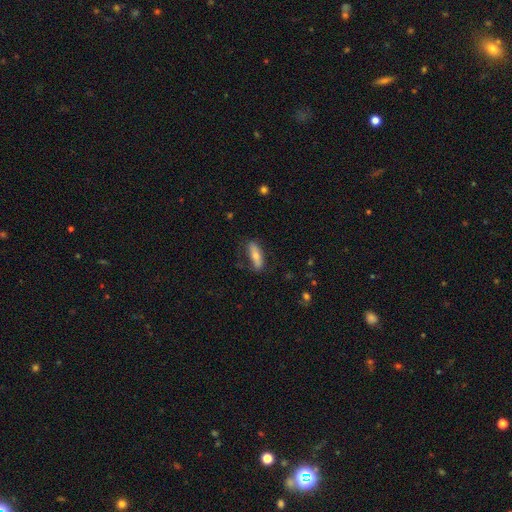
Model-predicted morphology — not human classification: Q: Smooth or featured?
A: smooth (65%); runner-up: featured or disk (29%)
Q: How rounded?
A: in between (54%); runner-up: cigar-shaped (44%)
Q: Merging?
A: none (73%); runner-up: minor disturbance (19%)